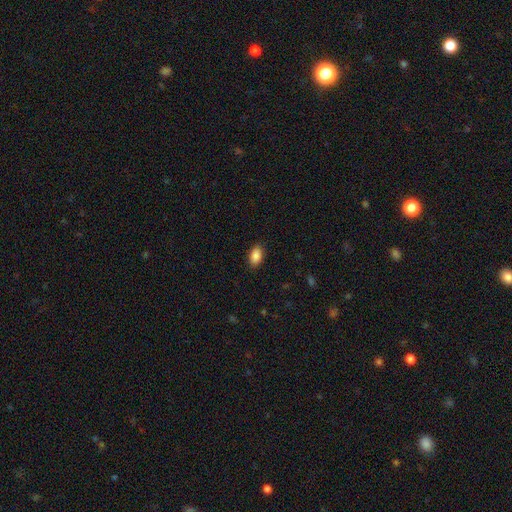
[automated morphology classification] smooth-or-featured: smooth: 88% | star or artifact: 8% | featured or disk: 4%
  how-rounded: in between: 92% | round: 6% | cigar-shaped: 2%
  merging: none: 89% | minor disturbance: 8% | major disturbance: 2% | merger: 1%